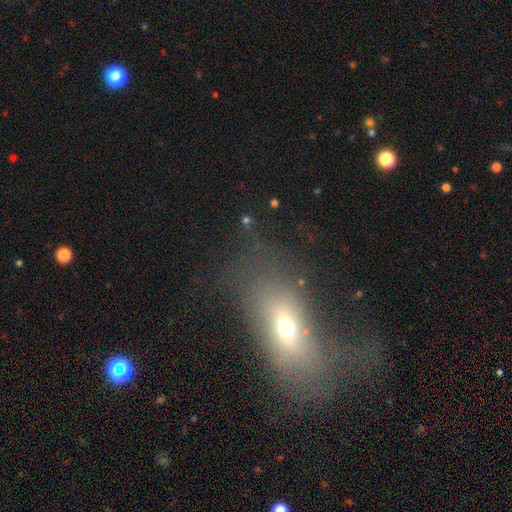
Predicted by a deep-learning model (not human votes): A smooth galaxy with no disk features (51%) that is in between round and cigar-shaped (71%). Merging: none (41%).